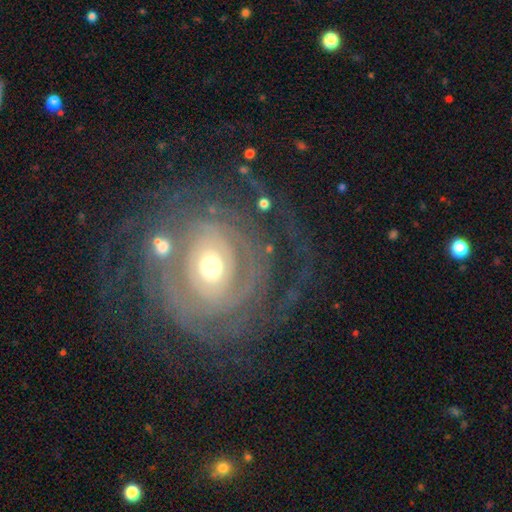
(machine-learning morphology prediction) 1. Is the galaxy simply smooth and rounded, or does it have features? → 85% featured or disk, 8% smooth, 7% star or artifact.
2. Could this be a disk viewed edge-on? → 97% no, 3% yes.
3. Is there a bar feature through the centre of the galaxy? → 57% no, 29% weak, 14% strong.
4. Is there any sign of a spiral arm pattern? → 90% yes, 10% no.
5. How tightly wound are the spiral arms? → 75% tight, 18% medium, 7% loose.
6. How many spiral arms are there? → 33% can't tell, 20% 2, 17% 3, 12% 4, 10% more than 4, 8% 1.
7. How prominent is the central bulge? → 66% moderate, 24% small, 8% large, 1% dominant, 1% none.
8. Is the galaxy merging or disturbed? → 68% none, 14% minor disturbance, 14% major disturbance, 4% merger.